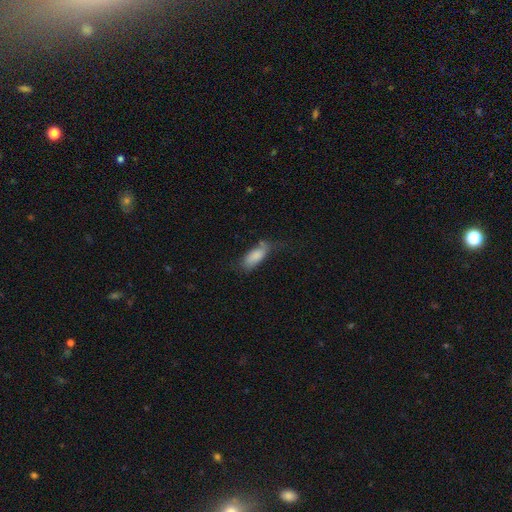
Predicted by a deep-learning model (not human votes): smooth 81%, featured or disk 12%, star or artifact 7%. Down the decision tree: how rounded — in between (79%); merging — none (49%).